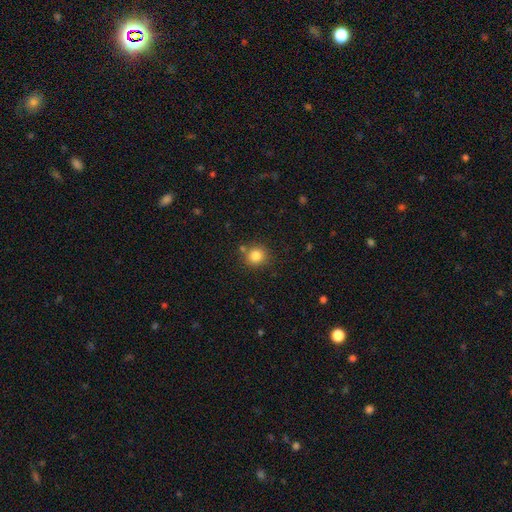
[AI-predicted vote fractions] Smooth or featured: smooth — 83% (star or artifact — 11%)
How rounded: round — 88% (in between — 11%)
Merging: none — 79% (minor disturbance — 10%)